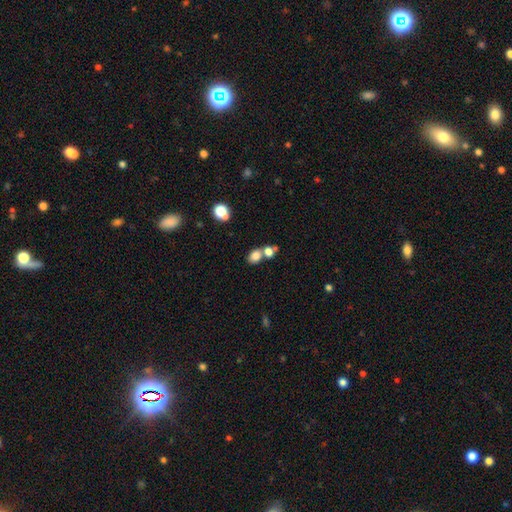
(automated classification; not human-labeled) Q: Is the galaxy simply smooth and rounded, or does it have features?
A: smooth — 79%.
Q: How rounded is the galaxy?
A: in between — 65%.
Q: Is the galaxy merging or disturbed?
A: none — 46%.